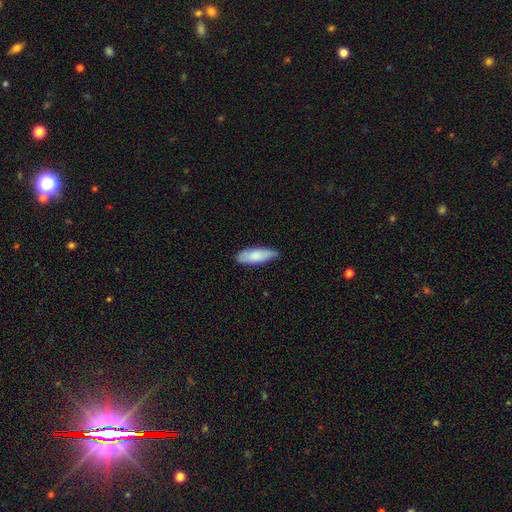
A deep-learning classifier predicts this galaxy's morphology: Smooth or featured? smooth (81%)
How rounded? in between (64%)
Merging? none (68%)